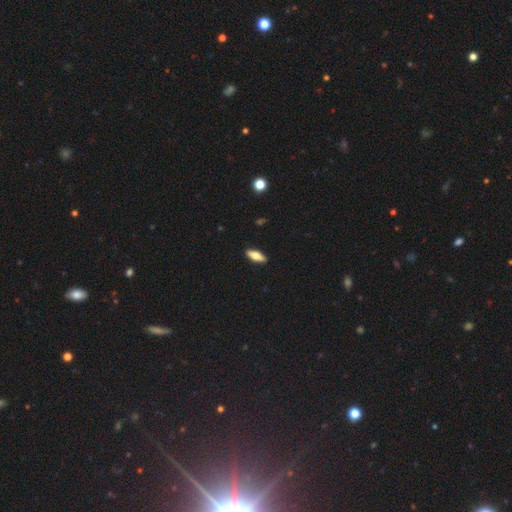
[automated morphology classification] A smooth galaxy with no disk features (66%) that is in between round and cigar-shaped (67%). Merging: none (91%).